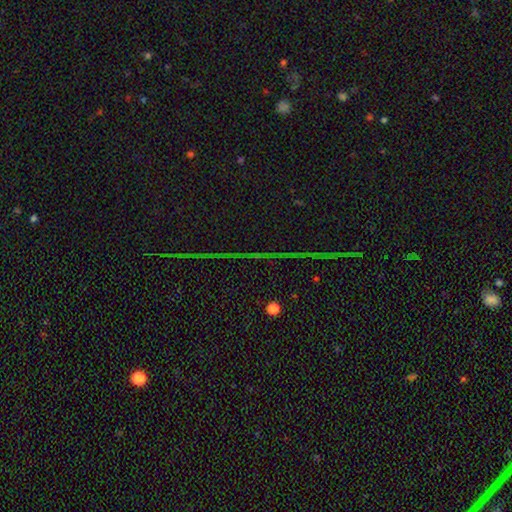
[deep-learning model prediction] smooth-or-featured: star or artifact: 79% | featured or disk: 10% | smooth: 10%